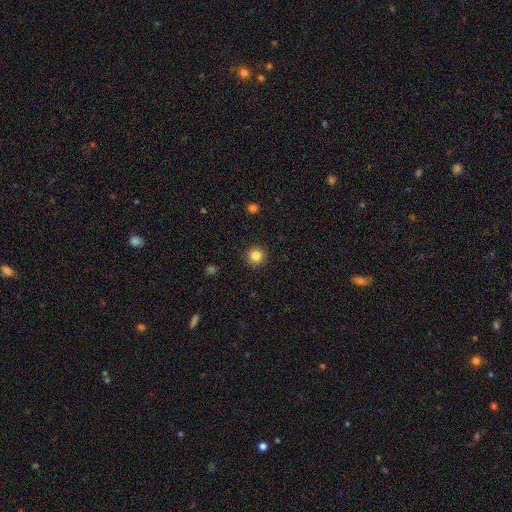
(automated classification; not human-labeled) smooth 84%, star or artifact 11%, featured or disk 4%. Down the decision tree: how rounded — round (95%); merging — none (92%).